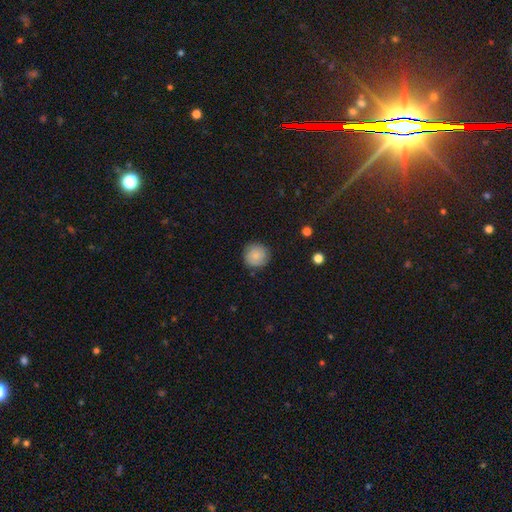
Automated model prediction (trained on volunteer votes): This appears to be a smooth galaxy with no disk features (81%) that is round (94%). Merging: none (86%).